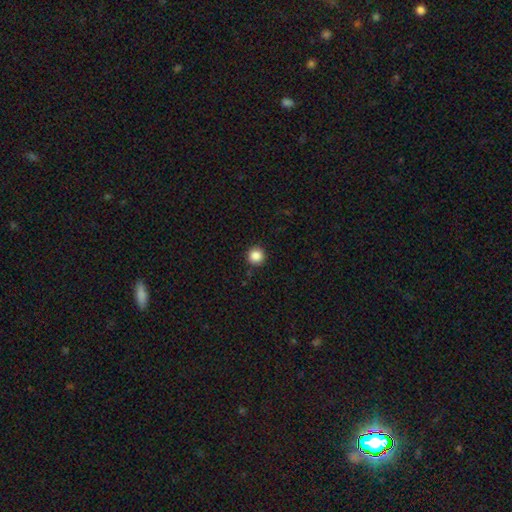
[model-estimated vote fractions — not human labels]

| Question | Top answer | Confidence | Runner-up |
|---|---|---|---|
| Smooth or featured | smooth | 87% | star or artifact (10%) |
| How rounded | round | 95% | in between (4%) |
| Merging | none | 91% | minor disturbance (6%) |